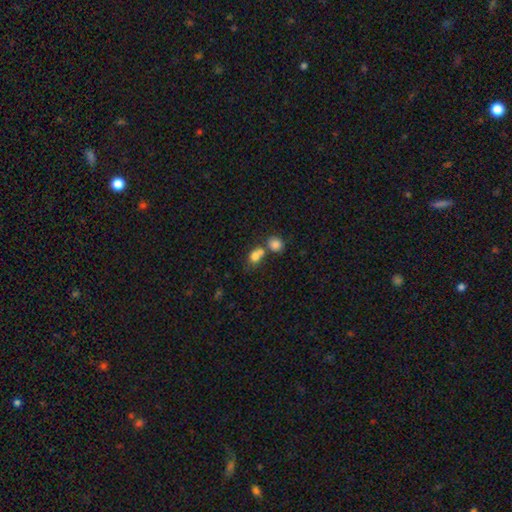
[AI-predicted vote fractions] A smooth galaxy with no disk features (79%) that is round (55%).

Vote fractions:
- Smooth or featured? smooth: 79% / star or artifact: 11% / featured or disk: 10%
- How rounded? round: 55% / in between: 44% / cigar-shaped: 1%
- Merging? merger: 52% / none: 34% / minor disturbance: 10% / major disturbance: 5%